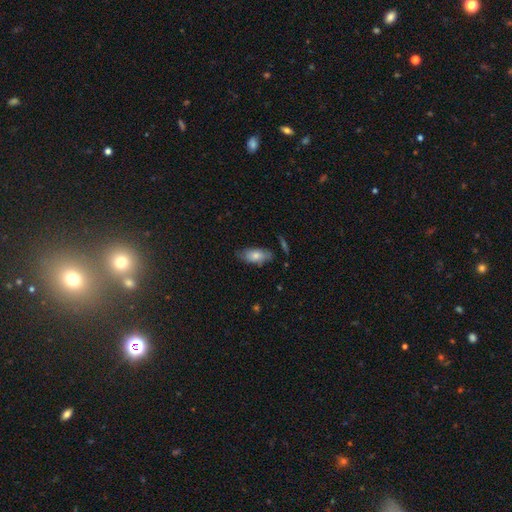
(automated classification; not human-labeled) Morphology: type=smooth (66%); roundness=in between (88%); merging=none (66%).